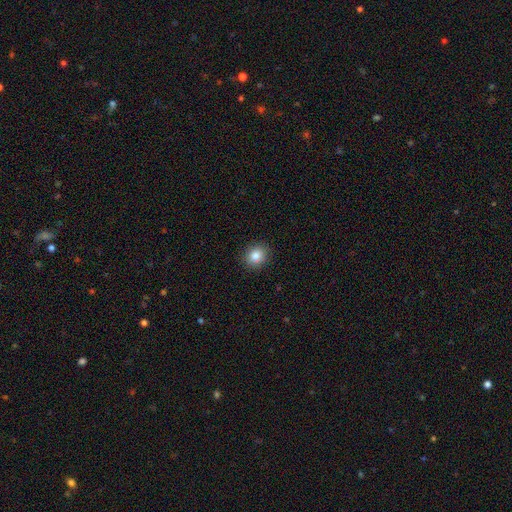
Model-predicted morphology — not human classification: Smooth or featured: smooth — 84% (star or artifact — 10%)
How rounded: round — 74% (in between — 25%)
Merging: none — 90% (minor disturbance — 7%)